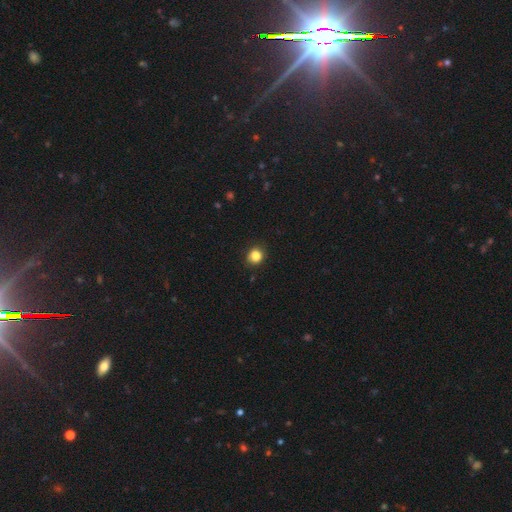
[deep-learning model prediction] Overall: smooth (85%). How rounded: round (81%). Merging: none (88%).